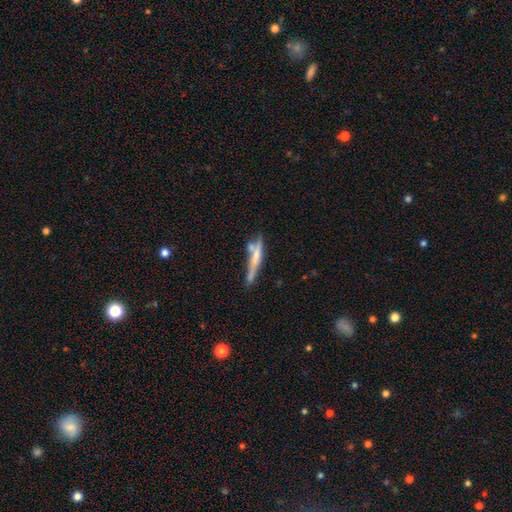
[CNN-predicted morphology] Smooth or featured? smooth (49%)
Merging? none (55%)